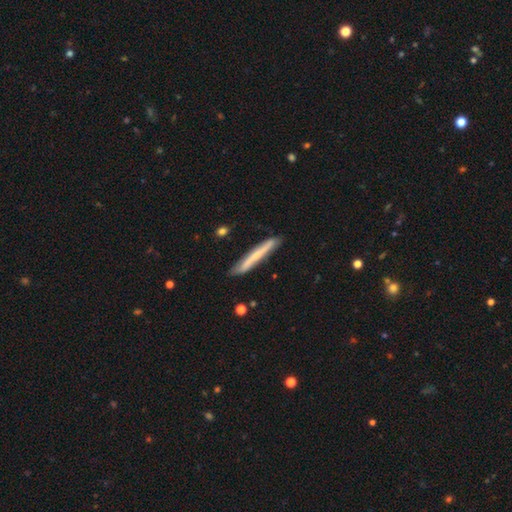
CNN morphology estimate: smooth_or_featured: smooth (p=0.53) [alt: featured or disk p=0.41]
how_rounded: cigar-shaped (p=0.96) [alt: in between p=0.03]
merging: none (p=0.86) [alt: minor disturbance p=0.11]